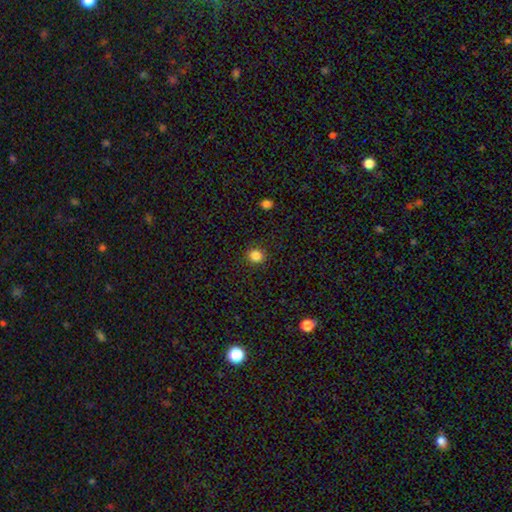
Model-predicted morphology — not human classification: Smooth or featured? smooth (84%)
How rounded? round (86%)
Merging? none (89%)